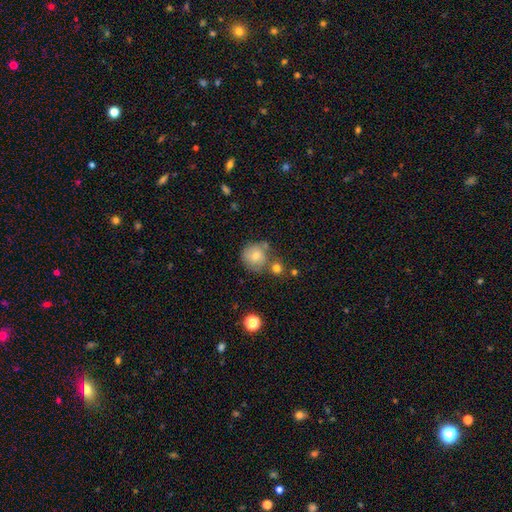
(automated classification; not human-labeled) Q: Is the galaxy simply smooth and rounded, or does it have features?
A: smooth — 65%.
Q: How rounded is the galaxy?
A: round — 89%.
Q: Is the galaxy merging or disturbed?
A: none — 64%.